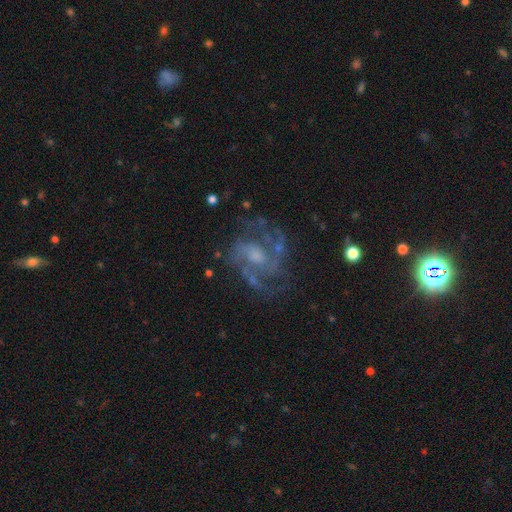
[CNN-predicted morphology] Q: Smooth or featured?
A: featured or disk (84%); runner-up: star or artifact (8%)
Q: Edge-on disk?
A: no (98%); runner-up: yes (2%)
Q: Bar?
A: no (51%); runner-up: weak (40%)
Q: Spiral arms?
A: yes (92%); runner-up: no (8%)
Q: Spiral winding?
A: medium (53%); runner-up: tight (30%)
Q: Spiral arm count?
A: 2 (45%); runner-up: 3 (22%)
Q: Bulge size?
A: moderate (43%); runner-up: small (34%)
Q: Merging?
A: none (65%); runner-up: minor disturbance (17%)